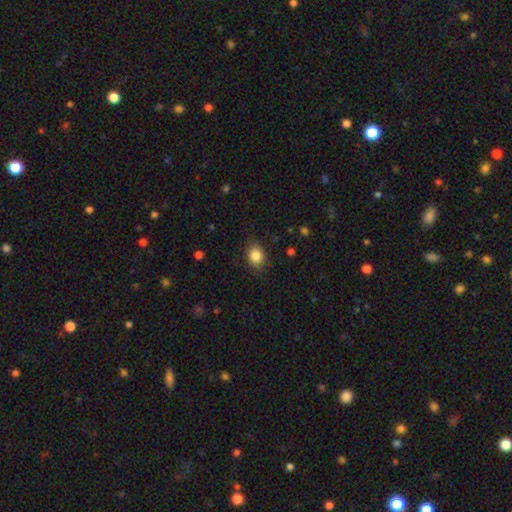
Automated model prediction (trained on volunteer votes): Smooth or featured? smooth (85%)
How rounded? round (53%)
Merging? none (84%)